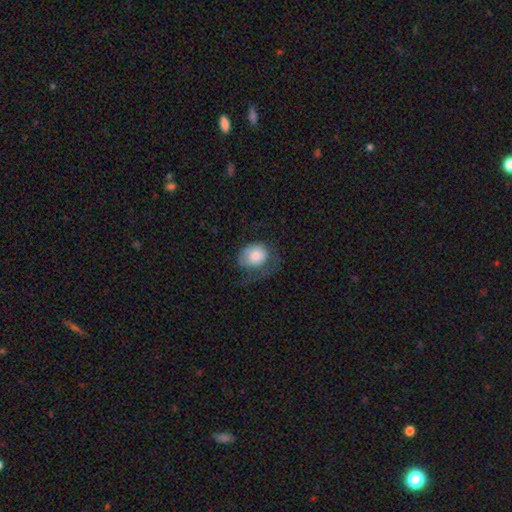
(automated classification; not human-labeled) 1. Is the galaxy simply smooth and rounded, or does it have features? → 73% smooth, 20% featured or disk, 7% star or artifact.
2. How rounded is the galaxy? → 54% round, 45% in between, 1% cigar-shaped.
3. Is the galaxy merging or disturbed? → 41% major disturbance, 31% none, 26% minor disturbance, 2% merger.